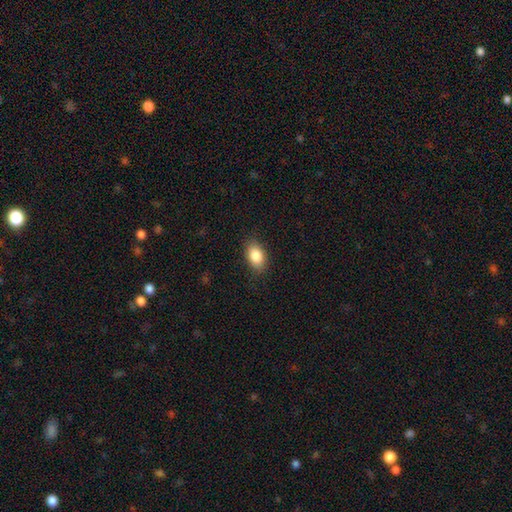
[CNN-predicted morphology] A smooth galaxy with no disk features (85%) that is in between round and cigar-shaped (89%). Merging: none (85%).